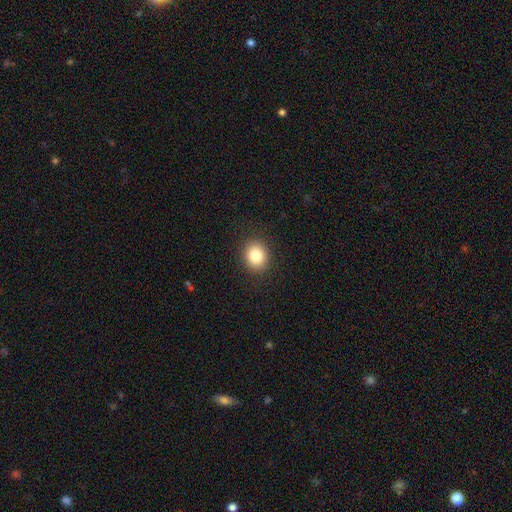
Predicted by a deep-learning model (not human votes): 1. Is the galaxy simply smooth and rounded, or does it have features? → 82% smooth, 10% star or artifact, 8% featured or disk.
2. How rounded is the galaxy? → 73% round, 26% in between, 1% cigar-shaped.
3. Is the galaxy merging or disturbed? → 90% none, 7% minor disturbance, 2% major disturbance, 1% merger.